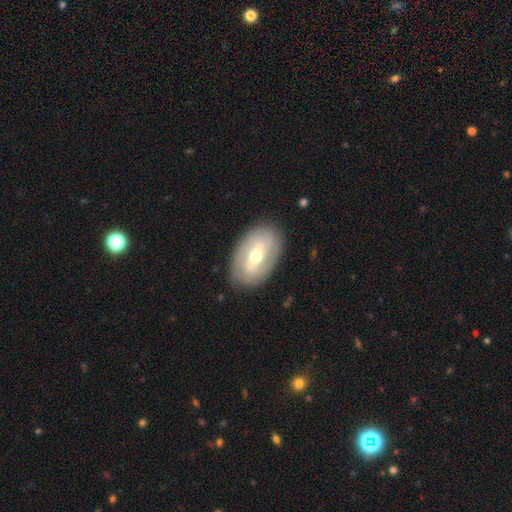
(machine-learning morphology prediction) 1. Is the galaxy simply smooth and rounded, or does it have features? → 70% featured or disk, 24% smooth, 6% star or artifact.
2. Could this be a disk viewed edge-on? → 90% no, 10% yes.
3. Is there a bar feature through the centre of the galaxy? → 46% strong, 36% weak, 18% no.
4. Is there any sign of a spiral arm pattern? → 60% yes, 40% no.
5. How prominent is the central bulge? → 62% moderate, 32% small, 4% large, 1% dominant, 1% none.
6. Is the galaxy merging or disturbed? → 85% none, 11% minor disturbance, 3% major disturbance, 1% merger.